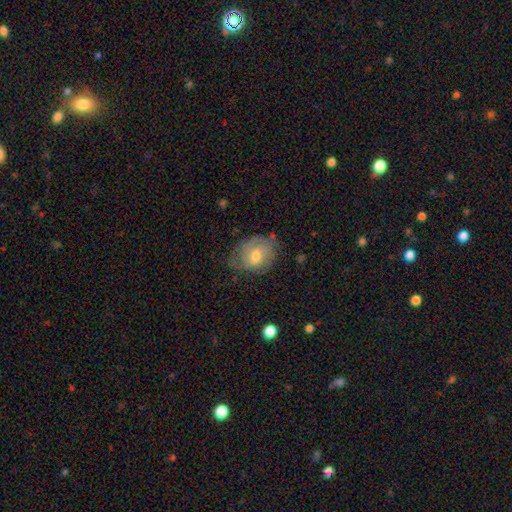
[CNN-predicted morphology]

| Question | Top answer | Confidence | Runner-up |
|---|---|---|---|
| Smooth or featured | smooth | 50% | featured or disk (42%) |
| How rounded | in between | 62% | round (37%) |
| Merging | none | 56% | minor disturbance (31%) |